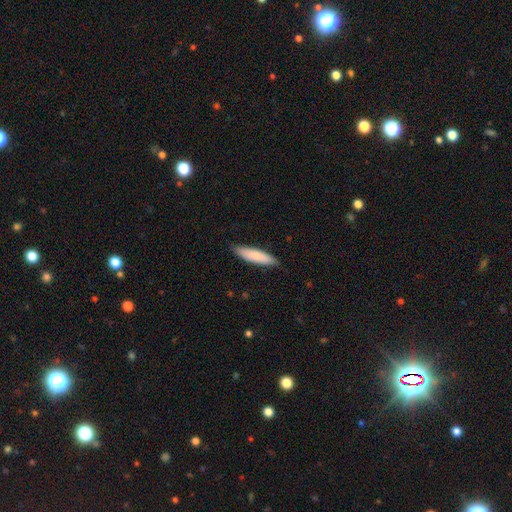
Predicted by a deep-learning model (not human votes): The model was most divided on "how rounded": cigar-shaped: 74%, in between: 25%, round: 1%. More confident: merging — none (86%); smooth or featured — smooth (82%).